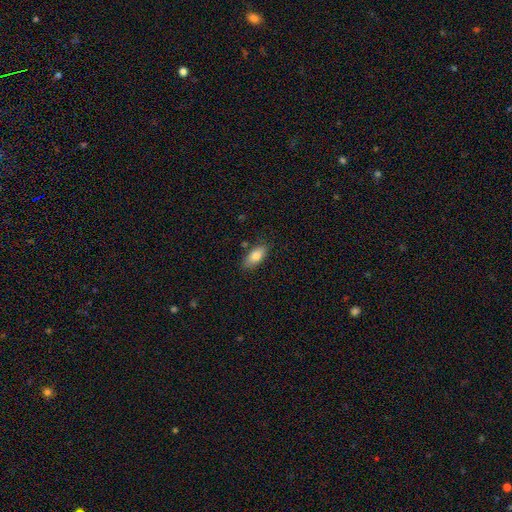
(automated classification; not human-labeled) Smooth or featured? Predicted: smooth (p=0.83). How rounded? Predicted: in between (p=0.87). Merging? Predicted: none (p=0.81).